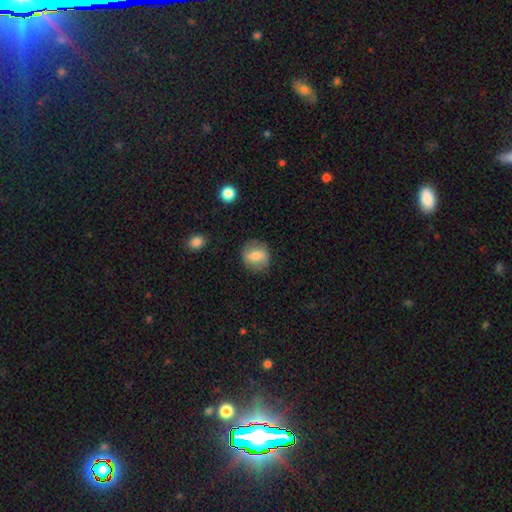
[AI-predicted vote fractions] smooth-or-featured: smooth: 72% | featured or disk: 20% | star or artifact: 8%
  how-rounded: round: 74% | in between: 25% | cigar-shaped: 1%
  merging: none: 82% | minor disturbance: 12% | major disturbance: 4% | merger: 1%